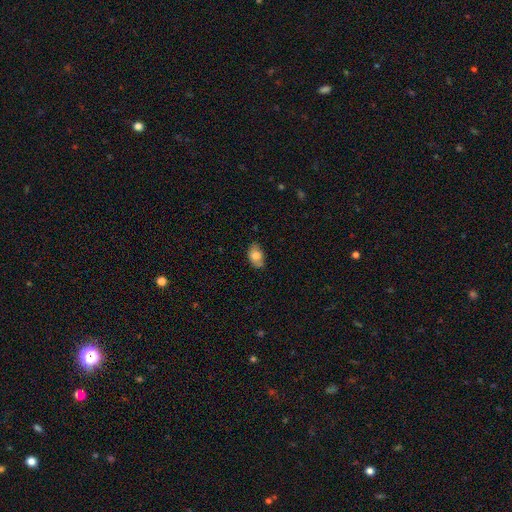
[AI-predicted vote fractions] This is likely a smooth galaxy (77%). How rounded: clearly in between (89%). Merging: likely none (76%).